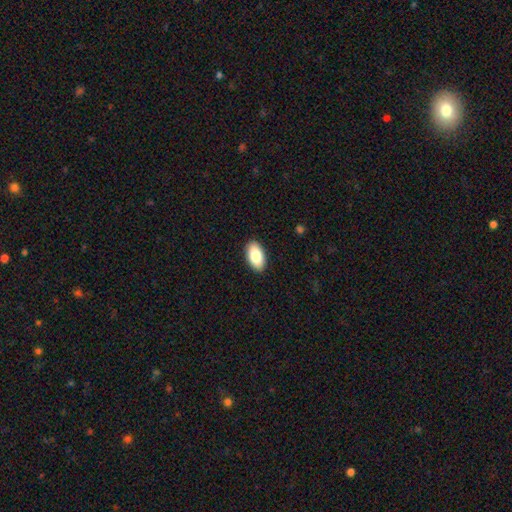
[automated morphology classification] Smooth or featured: smooth — 83% (featured or disk — 11%)
How rounded: in between — 95% (round — 3%)
Merging: none — 90% (minor disturbance — 7%)